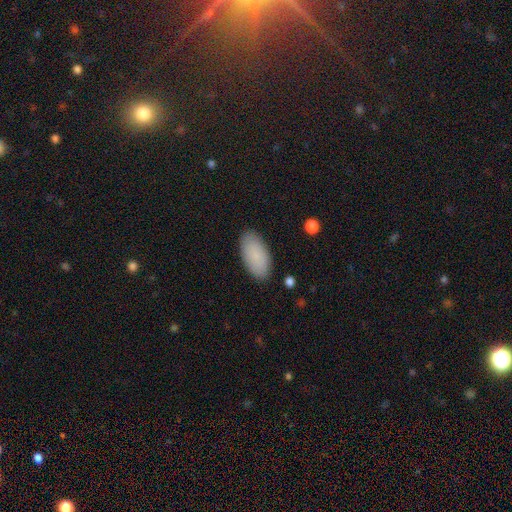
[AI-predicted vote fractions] The model was most divided on "merging": none: 88%, minor disturbance: 9%, major disturbance: 2%, merger: 1%. More confident: how rounded — in between (94%); smooth or featured — smooth (87%).